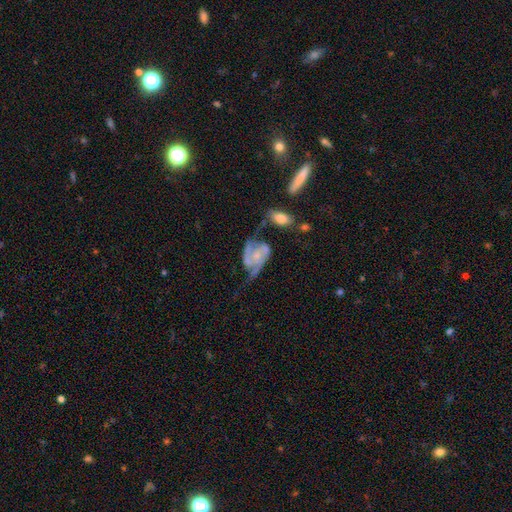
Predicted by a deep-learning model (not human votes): smooth_or_featured: featured or disk (p=0.79) [alt: smooth p=0.14]
disk_edge_on: no (p=0.97) [alt: yes p=0.03]
bar: no (p=0.68) [alt: weak p=0.26]
has_spiral_arms: yes (p=0.89) [alt: no p=0.11]
spiral_winding: medium (p=0.46) [alt: loose p=0.28]
spiral_arm_count: 2 (p=0.78) [alt: can't tell p=0.10]
bulge_size: small (p=0.50) [alt: moderate p=0.24]
merging: none (p=0.33) [alt: major disturbance p=0.30]